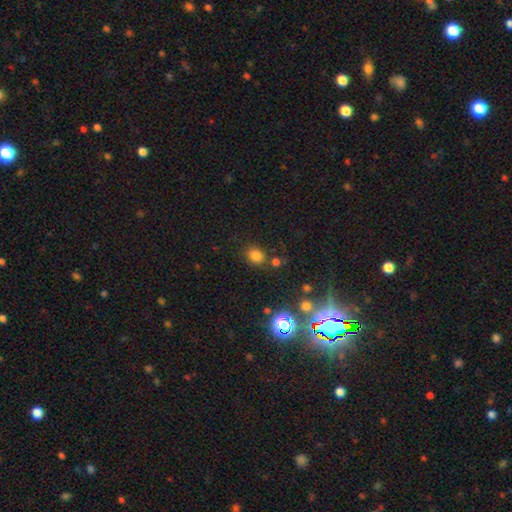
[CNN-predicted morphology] Overall: smooth (76%). How rounded: round (63%; in between 36%). Merging: none (77%).